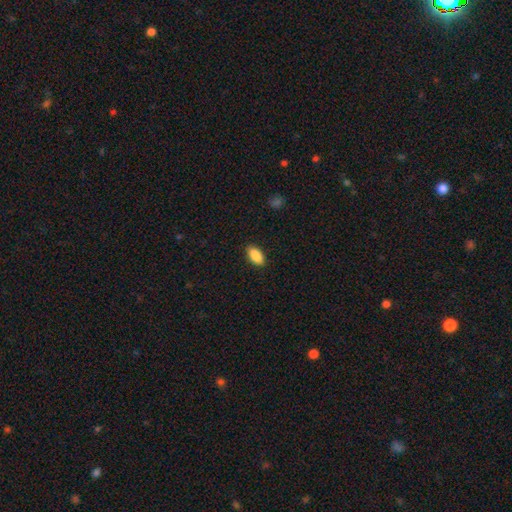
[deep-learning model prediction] This is clearly a smooth galaxy (89%). How rounded: clearly in between (90%). Merging: clearly none (88%).